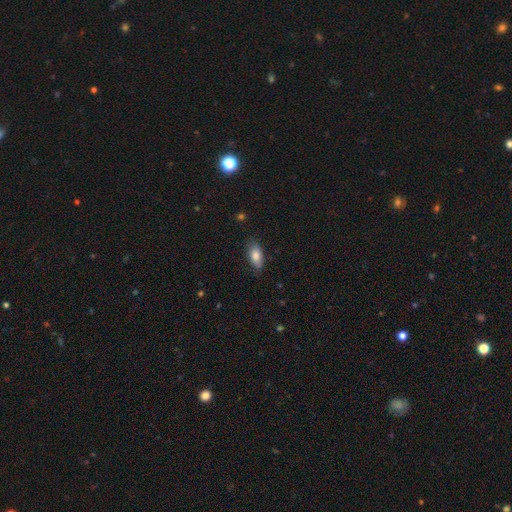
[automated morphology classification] Smooth or featured? smooth (83%)
How rounded? in between (87%)
Merging? none (78%)